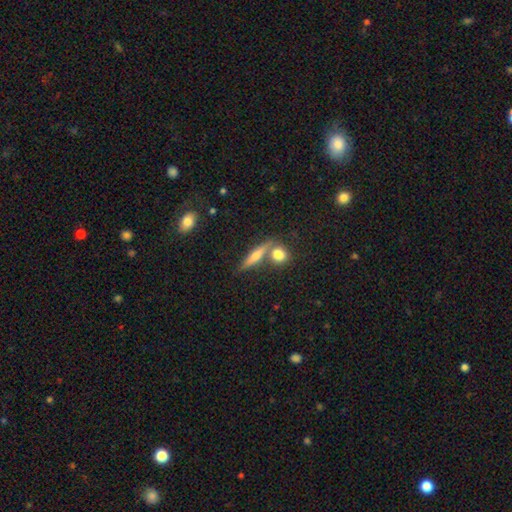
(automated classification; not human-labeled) A smooth galaxy with no disk features (54%) that is cigar-shaped (64%).

Vote fractions:
- Smooth or featured? smooth: 54% / featured or disk: 36% / star or artifact: 10%
- How rounded? cigar-shaped: 64% / in between: 22% / round: 14%
- Merging? none: 65% / merger: 22% / minor disturbance: 10% / major disturbance: 3%